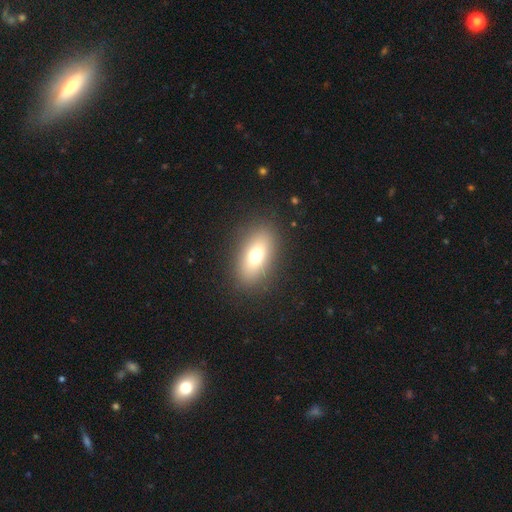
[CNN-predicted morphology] This is likely a smooth galaxy (70%). How rounded: clearly in between (82%). Merging: clearly none (87%).